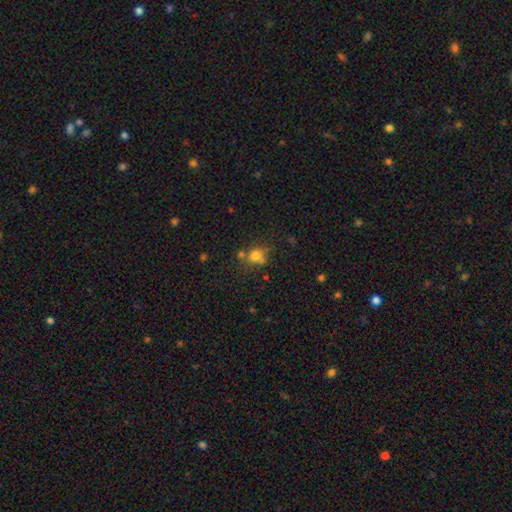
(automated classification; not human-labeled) Smooth or featured? smooth (72%)
How rounded? round (67%)
Merging? none (53%)